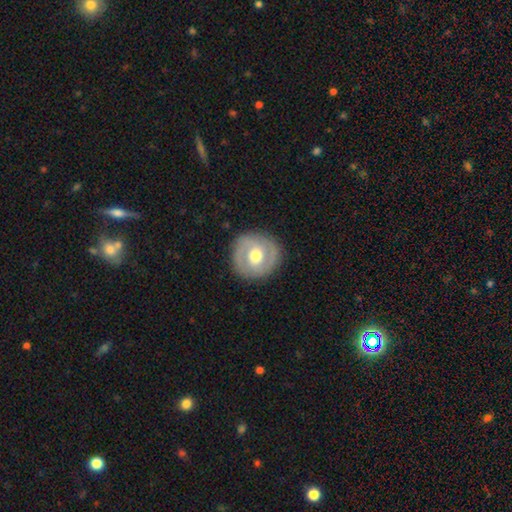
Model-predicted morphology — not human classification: Smooth or featured? Predicted: featured or disk (p=0.62). Edge-on disk? Predicted: no (p=0.97). Bar? Predicted: no (p=0.51). Spiral arms? Predicted: yes (p=0.61). Bulge size? Predicted: moderate (p=0.76). Merging? Predicted: none (p=0.87).